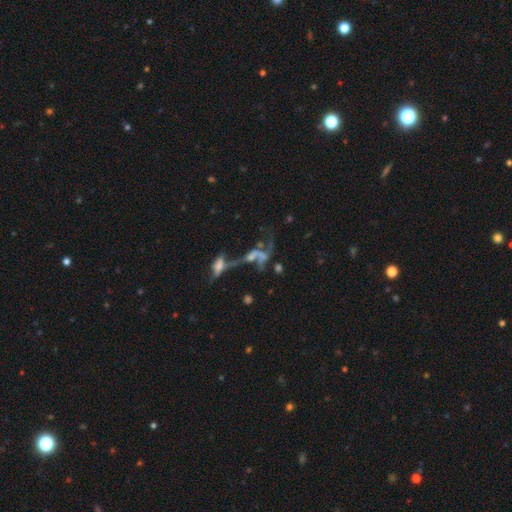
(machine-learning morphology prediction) Smooth or featured?
  - featured or disk: 58% *
  - smooth: 23%
  - star or artifact: 19%
Edge-on disk?
  - no: 89% *
  - yes: 11%
Bar?
  - no: 76% *
  - weak: 17%
  - strong: 8%
Spiral arms?
  - no: 60% *
  - yes: 40%
Bulge size?
  - none: 59% *
  - small: 20%
  - moderate: 14%
  - large: 4%
  - dominant: 2%
Merging?
  - merger: 61% *
  - major disturbance: 21%
  - none: 12%
  - minor disturbance: 6%